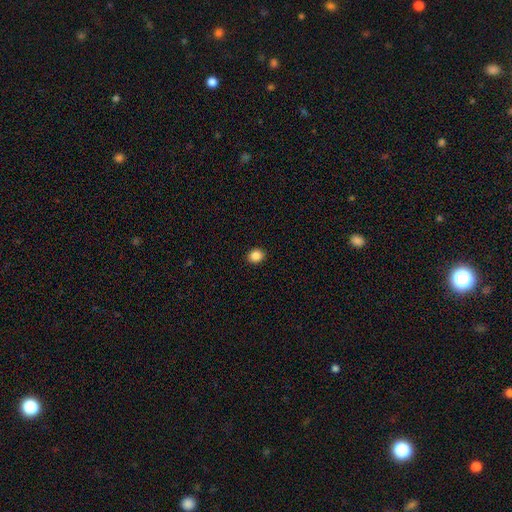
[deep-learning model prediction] Overall: smooth (86%). How rounded: round (69%; in between 30%). Merging: none (92%).